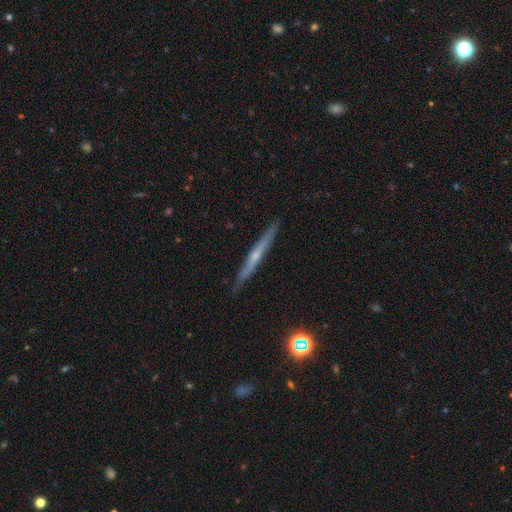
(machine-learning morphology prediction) type=featured or disk (65%); edge-on=yes (96%); edge-on bulge=rounded (52%); merging=none (89%).